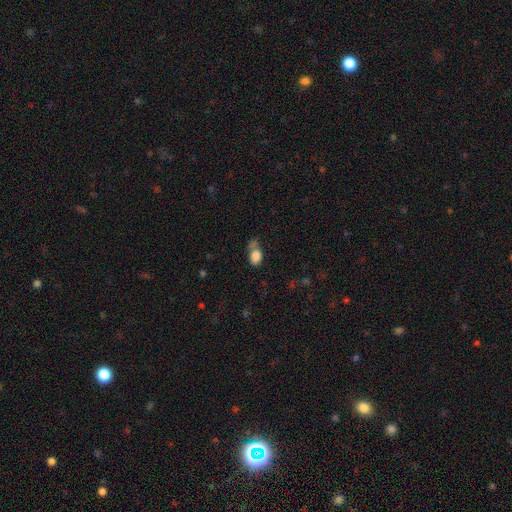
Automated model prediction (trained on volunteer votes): The model was most divided on "merging": none: 42%, merger: 26%, minor disturbance: 21%, major disturbance: 11%. More confident: how rounded — in between (84%); smooth or featured — smooth (84%).